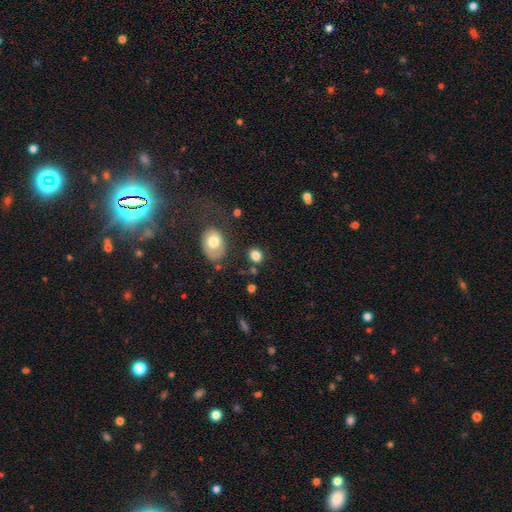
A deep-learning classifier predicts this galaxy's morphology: Overall: smooth (82%). How rounded: round (64%; in between 35%). Merging: none (78%).